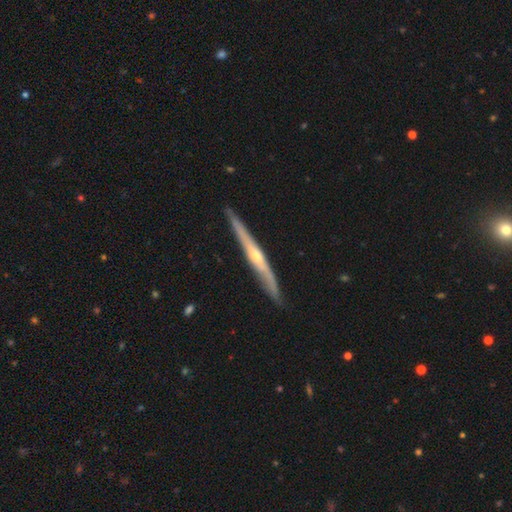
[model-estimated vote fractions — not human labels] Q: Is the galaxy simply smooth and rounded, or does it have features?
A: featured or disk — 80%.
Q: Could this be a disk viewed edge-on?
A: yes — 97%.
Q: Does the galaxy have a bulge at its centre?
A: rounded — 77%.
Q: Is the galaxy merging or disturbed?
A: none — 89%.